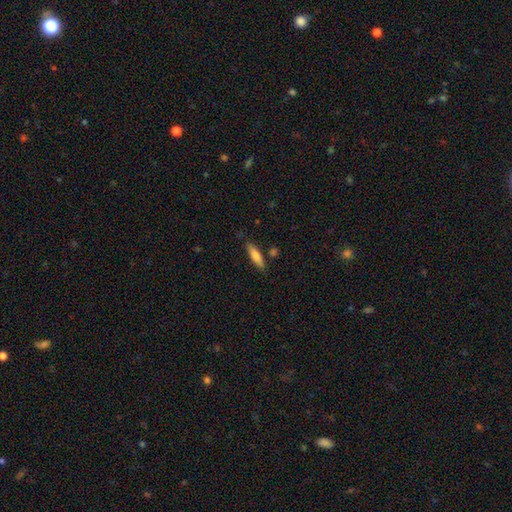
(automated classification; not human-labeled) smooth 77%, featured or disk 17%, star or artifact 6%. Down the decision tree: how rounded — cigar-shaped (66%); merging — none (80%).